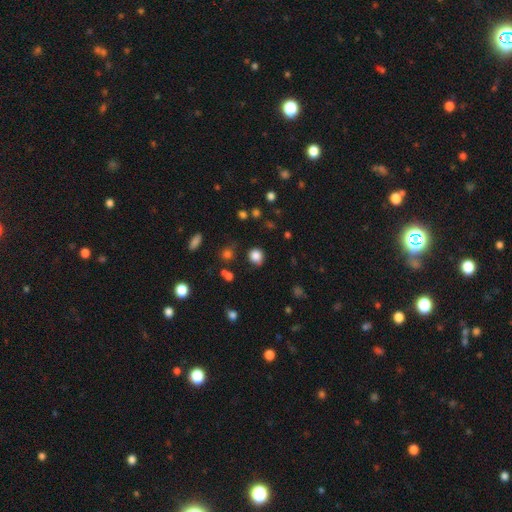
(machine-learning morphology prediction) The model was most divided on "how rounded": round: 79%, in between: 20%, cigar-shaped: 1%. More confident: smooth or featured — smooth (83%); merging — none (81%).